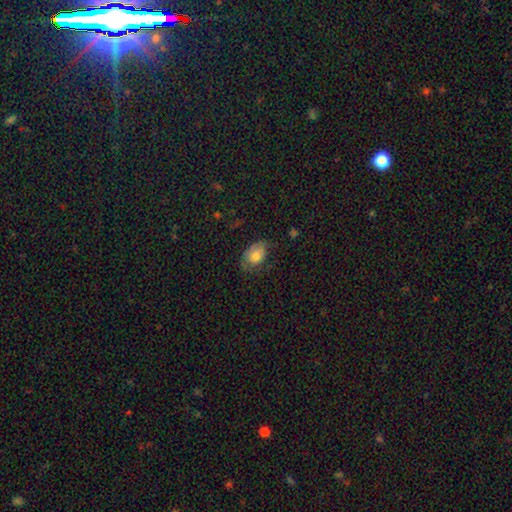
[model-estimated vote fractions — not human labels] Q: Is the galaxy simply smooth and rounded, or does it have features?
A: smooth — 70%.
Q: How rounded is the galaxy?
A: in between — 86%.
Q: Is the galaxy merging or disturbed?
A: none — 55%.